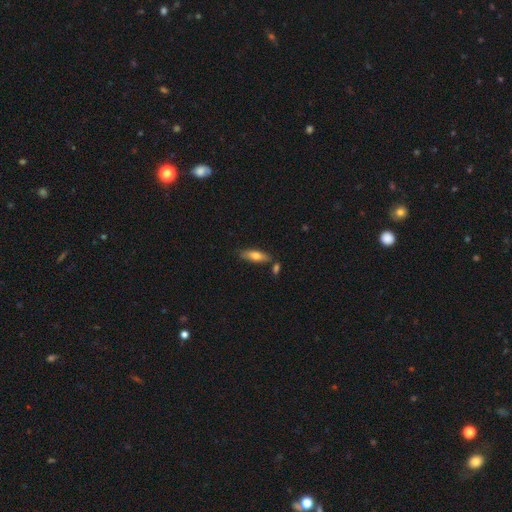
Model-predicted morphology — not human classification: This appears to be a smooth galaxy with no disk features (68%) that is in between round and cigar-shaped (51%). Merging: none (77%).